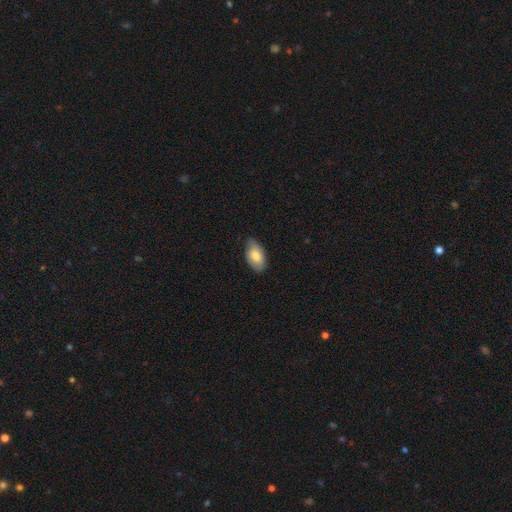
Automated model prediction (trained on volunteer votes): smooth 75%, featured or disk 19%, star or artifact 6%. Down the decision tree: how rounded — in between (94%); merging — none (74%).